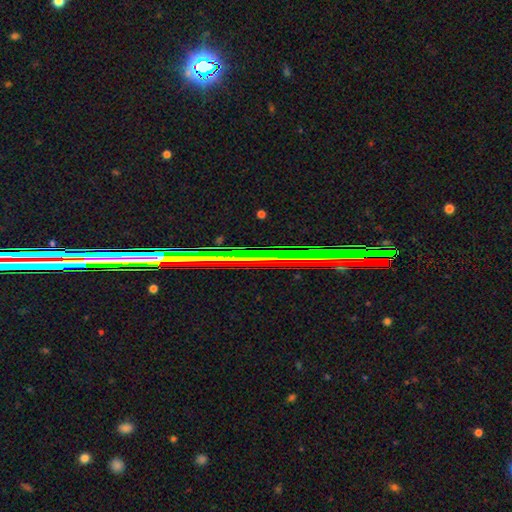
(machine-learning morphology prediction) Smooth or featured?
  - star or artifact: 71% *
  - featured or disk: 19%
  - smooth: 10%